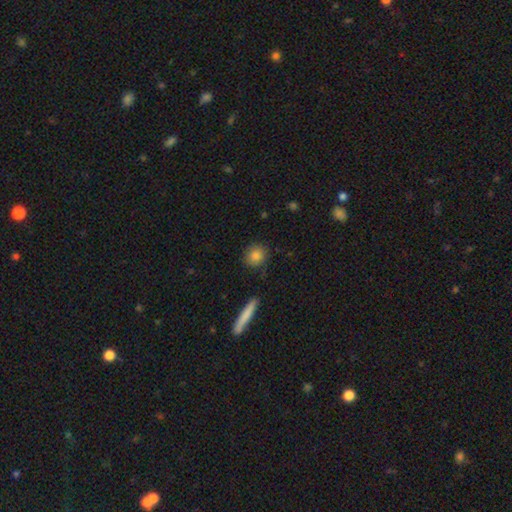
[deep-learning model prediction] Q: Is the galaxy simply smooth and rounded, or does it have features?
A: smooth — 84%.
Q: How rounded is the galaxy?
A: round — 86%.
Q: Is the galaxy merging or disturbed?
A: none — 86%.